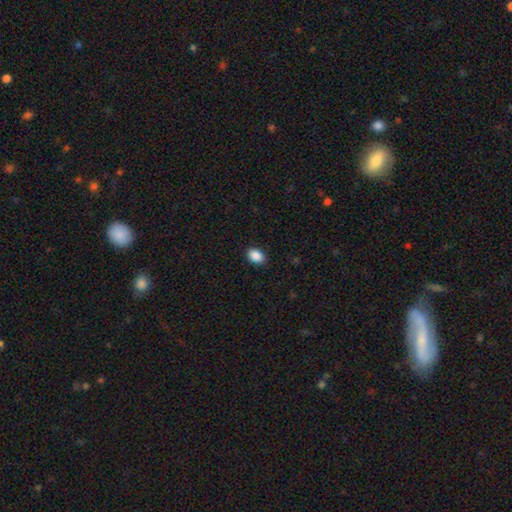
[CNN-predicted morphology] Smooth or featured? smooth (89%)
How rounded? in between (79%)
Merging? none (90%)